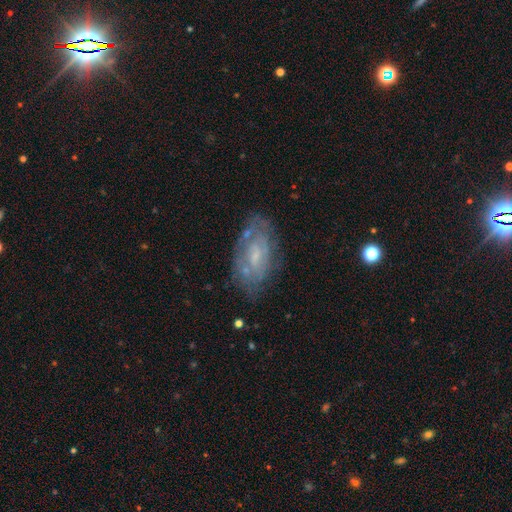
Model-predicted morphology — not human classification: Q: Smooth or featured?
A: featured or disk (63%); runner-up: smooth (29%)
Q: Edge-on disk?
A: no (93%); runner-up: yes (7%)
Q: Bar?
A: no (59%); runner-up: weak (34%)
Q: Spiral arms?
A: yes (54%); runner-up: no (46%)
Q: Bulge size?
A: small (53%); runner-up: moderate (29%)
Q: Merging?
A: none (67%); runner-up: minor disturbance (21%)